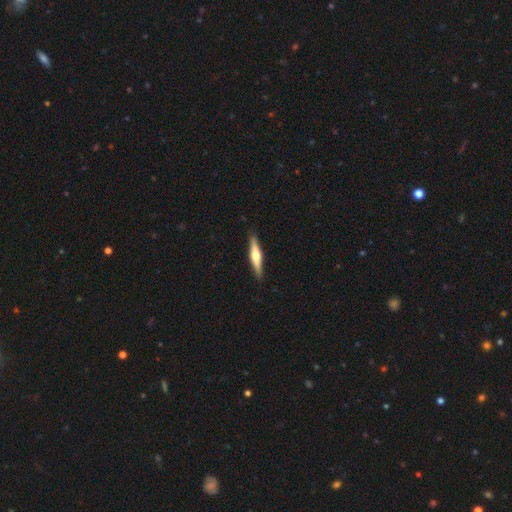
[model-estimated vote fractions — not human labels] Smooth or featured? Predicted: featured or disk (p=0.61). Edge-on disk? Predicted: yes (p=0.97). Edge-on bulge? Predicted: rounded (p=0.91). Merging? Predicted: none (p=0.90).